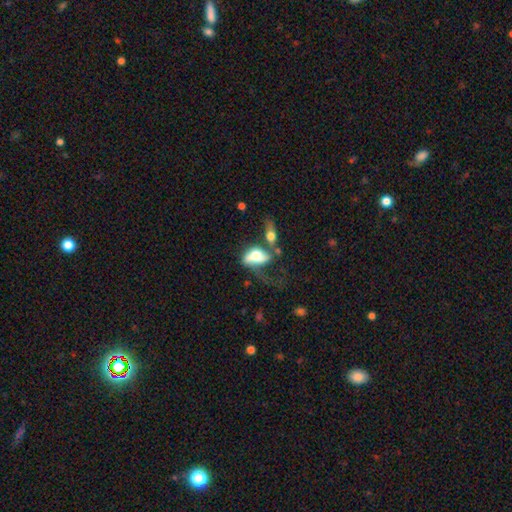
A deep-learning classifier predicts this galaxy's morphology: smooth-or-featured: smooth: 54% | featured or disk: 38% | star or artifact: 8%
  how-rounded: in between: 87% | round: 8% | cigar-shaped: 5%
  merging: merger: 38% | major disturbance: 29% | none: 19% | minor disturbance: 14%